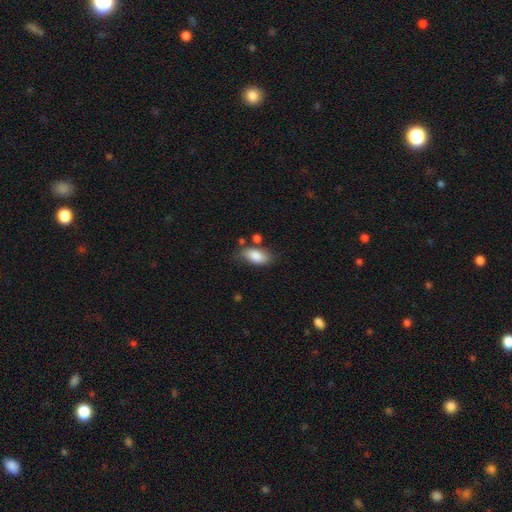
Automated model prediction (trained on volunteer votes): Overall: smooth (84%). How rounded: in between (91%). Merging: none (66%).